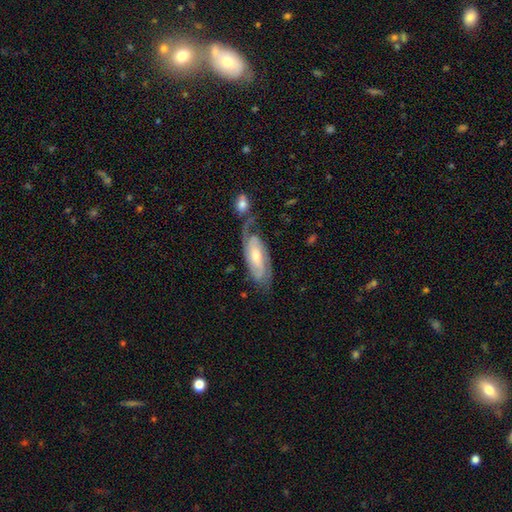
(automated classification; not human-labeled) Smooth or featured: featured or disk — 82% (smooth — 12%)
Edge-on disk: no — 91% (yes — 9%)
Bar: no — 44% (weak — 38%)
Spiral arms: yes — 96% (no — 4%)
Spiral winding: tight — 56% (medium — 35%)
Spiral arm count: 2 — 78% (can't tell — 12%)
Bulge size: moderate — 53% (small — 37%)
Merging: none — 60% (minor disturbance — 17%)